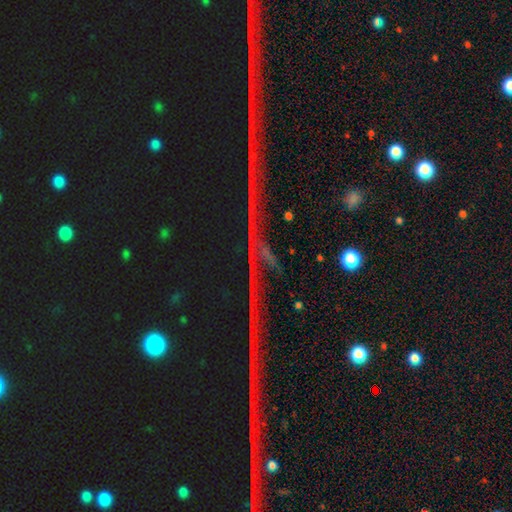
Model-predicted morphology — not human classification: Smooth or featured?
  - star or artifact: 80% *
  - featured or disk: 11%
  - smooth: 9%